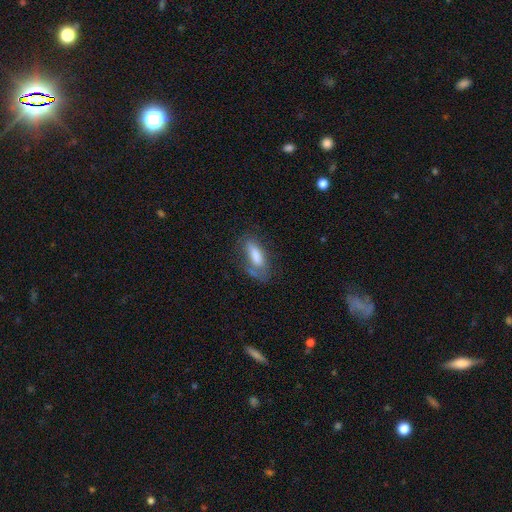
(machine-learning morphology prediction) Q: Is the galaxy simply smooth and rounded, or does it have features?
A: smooth — 66%.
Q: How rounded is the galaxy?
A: in between — 64%.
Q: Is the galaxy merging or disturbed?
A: none — 55%.